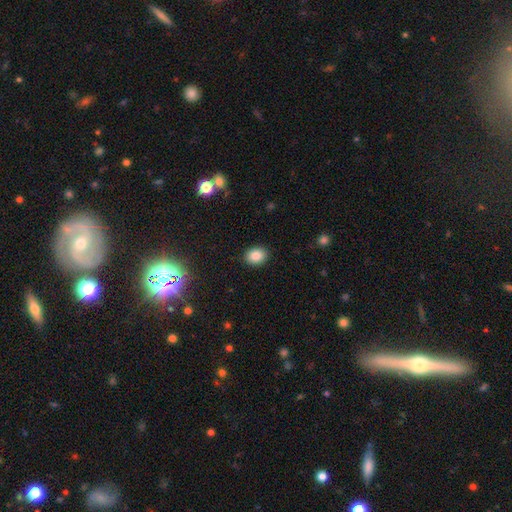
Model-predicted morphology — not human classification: smooth_or_featured: smooth (p=0.85) [alt: star or artifact p=0.10]
how_rounded: in between (p=0.55) [alt: round p=0.44]
merging: none (p=0.90) [alt: minor disturbance p=0.07]